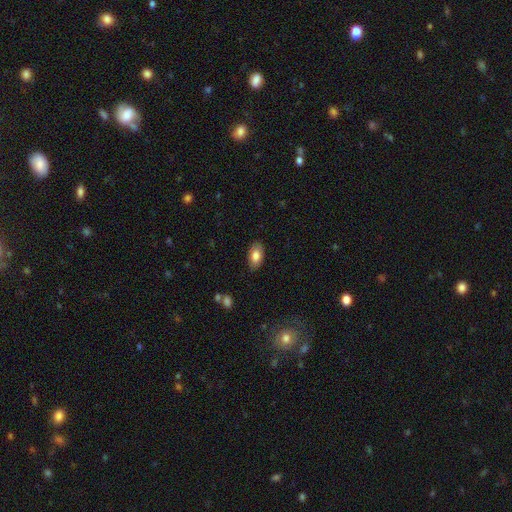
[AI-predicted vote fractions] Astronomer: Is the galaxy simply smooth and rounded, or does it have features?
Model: smooth — 79%.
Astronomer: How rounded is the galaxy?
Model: in between — 94%.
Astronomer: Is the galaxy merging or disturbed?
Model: none — 85%.